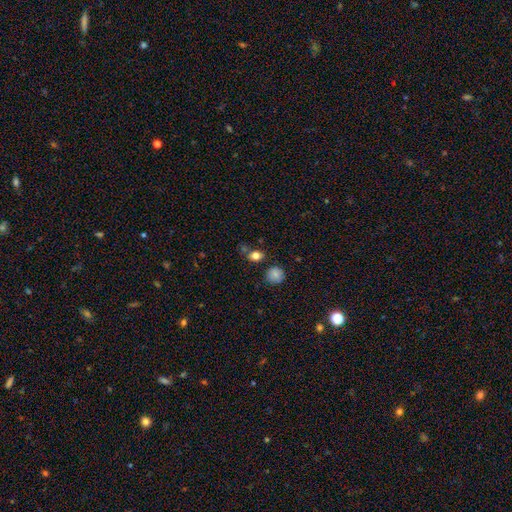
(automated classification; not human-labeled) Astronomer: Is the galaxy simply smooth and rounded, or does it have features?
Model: smooth — 81%.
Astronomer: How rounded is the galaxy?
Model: round — 53% (runner-up: in between, 46%).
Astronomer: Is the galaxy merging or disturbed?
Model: none — 68%.